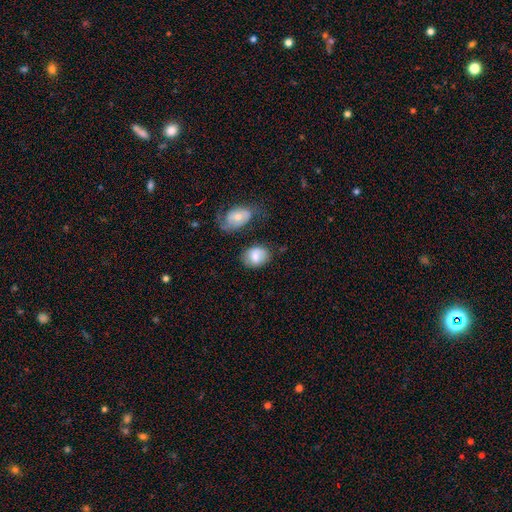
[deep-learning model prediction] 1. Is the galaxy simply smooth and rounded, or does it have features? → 74% smooth, 19% featured or disk, 7% star or artifact.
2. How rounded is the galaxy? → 62% in between, 37% round, 1% cigar-shaped.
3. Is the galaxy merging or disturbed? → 60% none, 22% minor disturbance, 11% merger, 8% major disturbance.